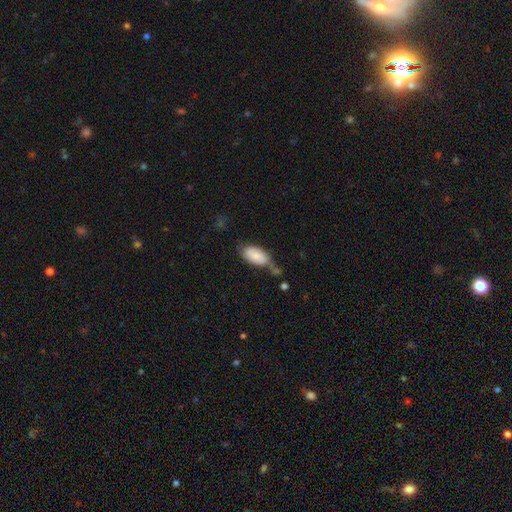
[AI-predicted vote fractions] Overall: smooth (80%). How rounded: in between (93%). Merging: none (40%; minor disturbance 29%).